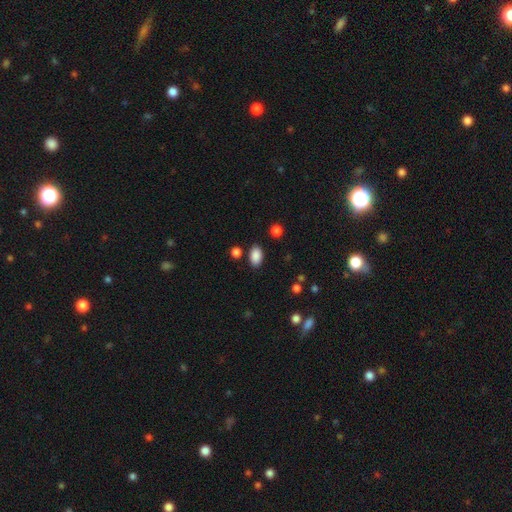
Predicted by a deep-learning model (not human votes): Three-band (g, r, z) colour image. It shows a smooth galaxy with no disk features (88%) that is in between round and cigar-shaped (90%). Merging: none (83%).